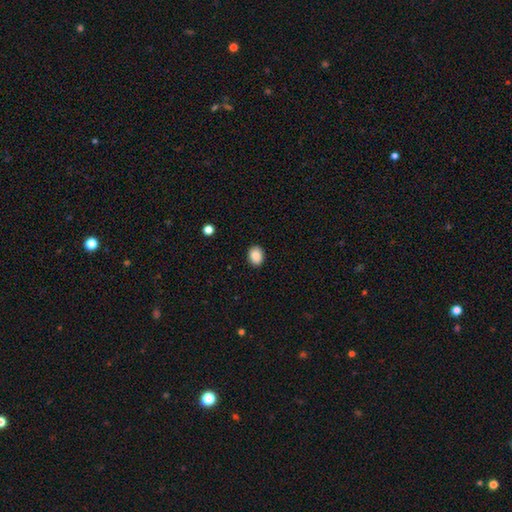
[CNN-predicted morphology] A smooth galaxy with no disk features (89%) that is in between round and cigar-shaped (59%).

Vote fractions:
- Smooth or featured? smooth: 89% / star or artifact: 8% / featured or disk: 3%
- How rounded? in between: 59% / round: 40% / cigar-shaped: 1%
- Merging? none: 90% / minor disturbance: 7% / major disturbance: 2% / merger: 1%